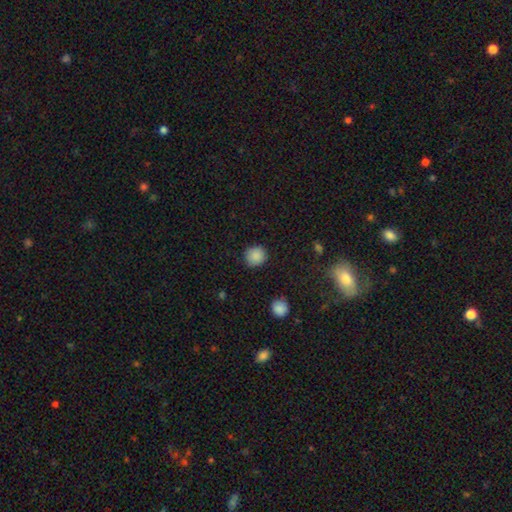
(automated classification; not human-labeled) A smooth galaxy with no disk features (87%) that is round (91%). Merging: none (88%).